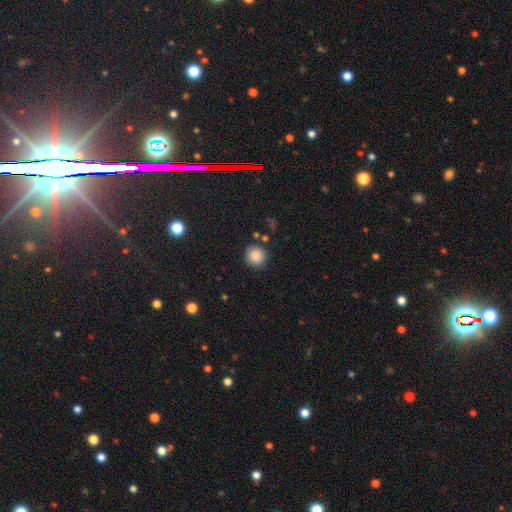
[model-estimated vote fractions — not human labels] Smooth or featured? Predicted: smooth (p=0.87). How rounded? Predicted: round (p=0.92). Merging? Predicted: none (p=0.85).